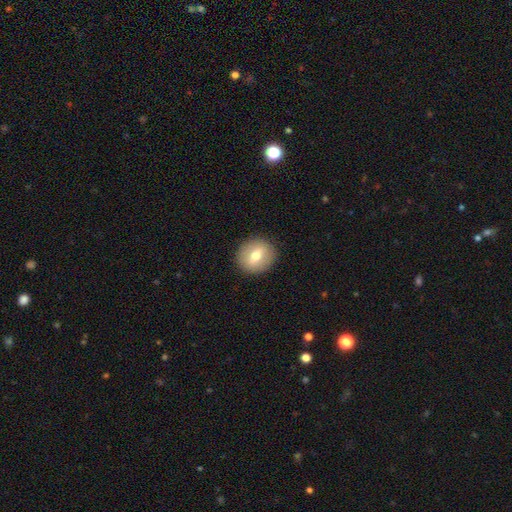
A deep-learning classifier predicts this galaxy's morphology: Q: Smooth or featured?
A: smooth (60%); runner-up: featured or disk (32%)
Q: How rounded?
A: round (81%); runner-up: in between (18%)
Q: Merging?
A: none (90%); runner-up: minor disturbance (7%)